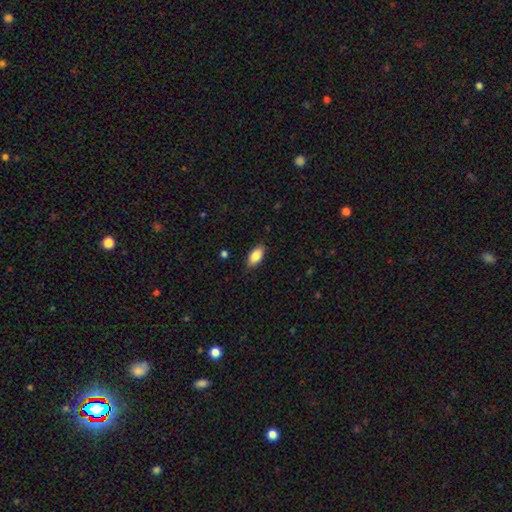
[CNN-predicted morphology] smooth-or-featured: smooth: 86% | featured or disk: 7% | star or artifact: 7%
  how-rounded: in between: 91% | cigar-shaped: 6% | round: 3%
  merging: none: 86% | minor disturbance: 11% | major disturbance: 2% | merger: 1%